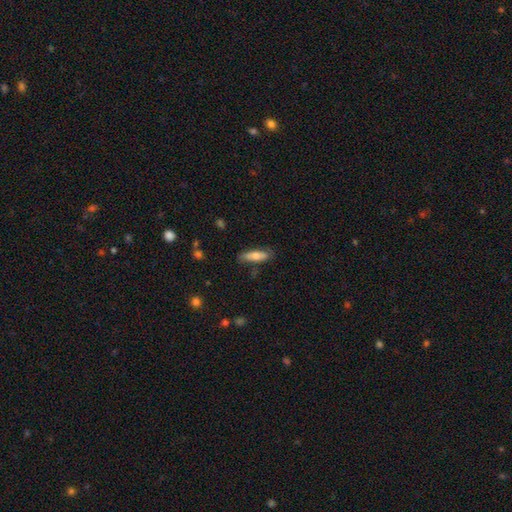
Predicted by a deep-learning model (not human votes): Overall: smooth (69%). How rounded: cigar-shaped (55%; in between 43%). Merging: none (76%).